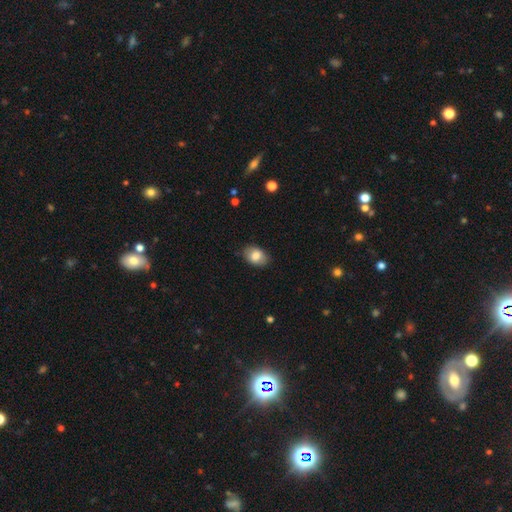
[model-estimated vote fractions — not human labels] Smooth or featured? smooth (80%)
How rounded? in between (84%)
Merging? none (82%)